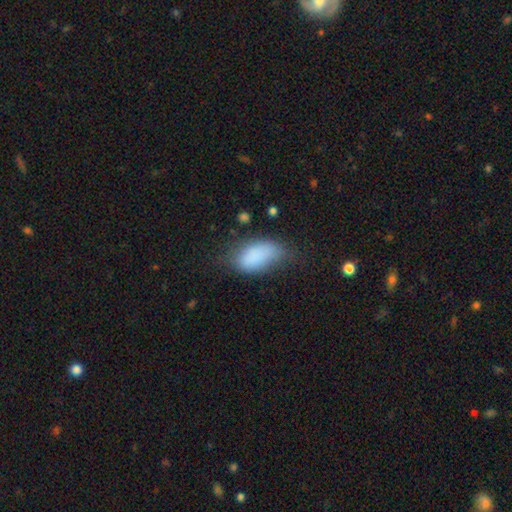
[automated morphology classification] Smooth or featured?
  - smooth: 83% *
  - featured or disk: 9%
  - star or artifact: 8%
How rounded?
  - in between: 92% *
  - round: 4%
  - cigar-shaped: 4%
Merging?
  - none: 45% *
  - minor disturbance: 35%
  - major disturbance: 18%
  - merger: 3%